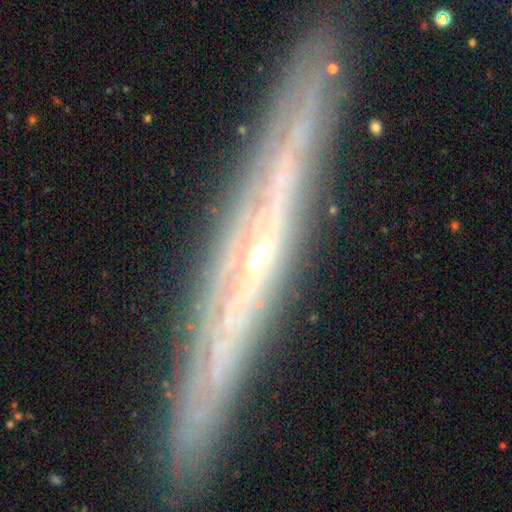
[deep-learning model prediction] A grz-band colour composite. It shows a featured or disk galaxy (77%) viewed edge-on (92%) with a rounded central bulge (52%). Merging: none (88%).